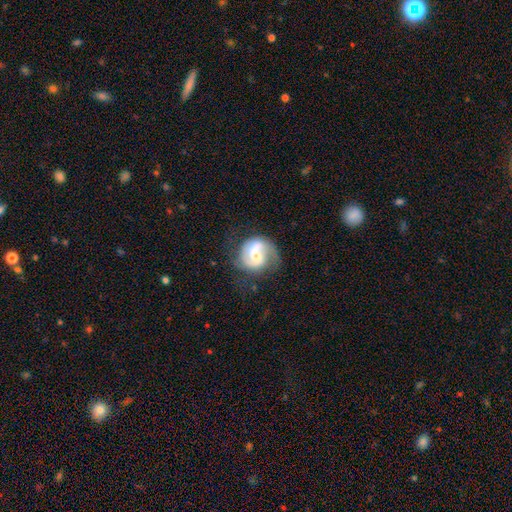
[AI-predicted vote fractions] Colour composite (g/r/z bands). It shows a featured or disk galaxy (75%) with a weak bar (47%), 2 (80%) medium (47%) spiral arms (93%) and a small central bulge (47%). Merging: none (63%).